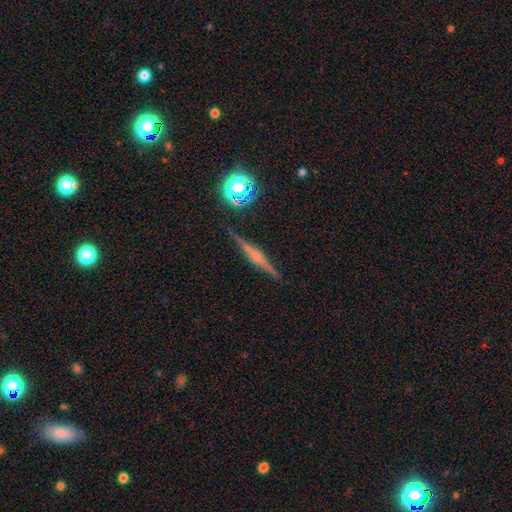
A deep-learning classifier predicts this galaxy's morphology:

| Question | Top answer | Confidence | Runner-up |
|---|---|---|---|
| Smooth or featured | featured or disk | 73% | smooth (16%) |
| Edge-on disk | yes | 98% | no (2%) |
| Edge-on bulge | rounded | 67% | boxy (21%) |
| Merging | none | 89% | minor disturbance (7%) |